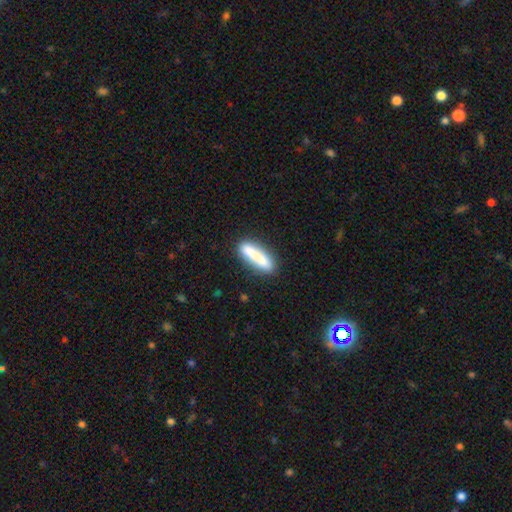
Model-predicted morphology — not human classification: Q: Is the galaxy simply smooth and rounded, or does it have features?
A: smooth — 74%.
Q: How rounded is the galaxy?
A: cigar-shaped — 77%.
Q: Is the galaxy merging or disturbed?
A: none — 76%.